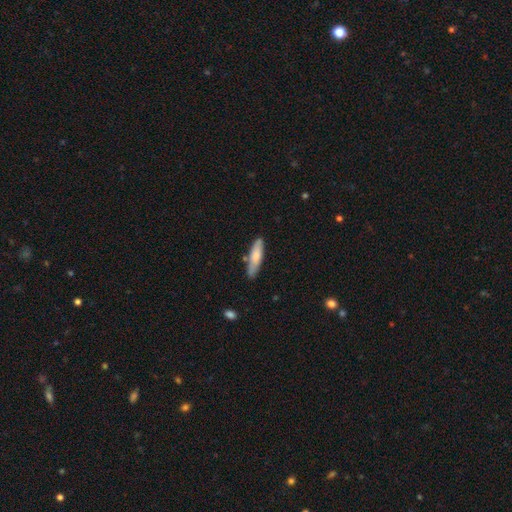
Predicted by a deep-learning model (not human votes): A smooth galaxy with no disk features (75%) that is cigar-shaped (72%).

Vote fractions:
- Smooth or featured? smooth: 75% / featured or disk: 20% / star or artifact: 5%
- How rounded? cigar-shaped: 72% / in between: 27% / round: 2%
- Merging? none: 76% / minor disturbance: 17% / merger: 4% / major disturbance: 3%